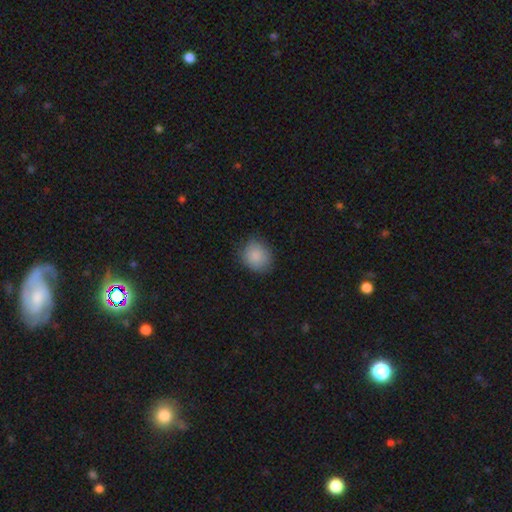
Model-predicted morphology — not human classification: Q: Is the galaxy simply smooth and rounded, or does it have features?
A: smooth — 86%.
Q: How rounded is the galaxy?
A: round — 71%.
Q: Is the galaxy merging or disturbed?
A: none — 79%.